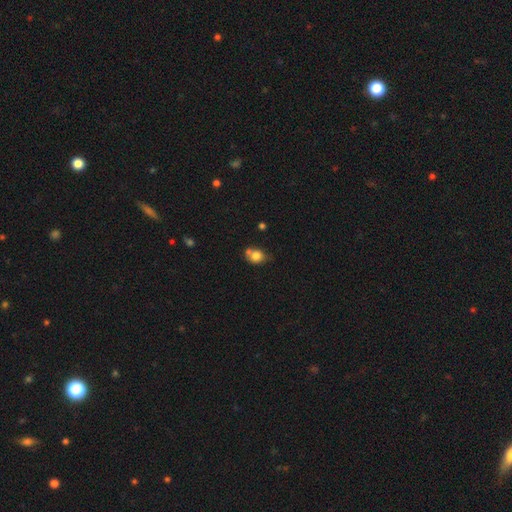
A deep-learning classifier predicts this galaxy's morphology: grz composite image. It shows a smooth galaxy with no disk features (78%) that is round (60%). Merging: none (47%).